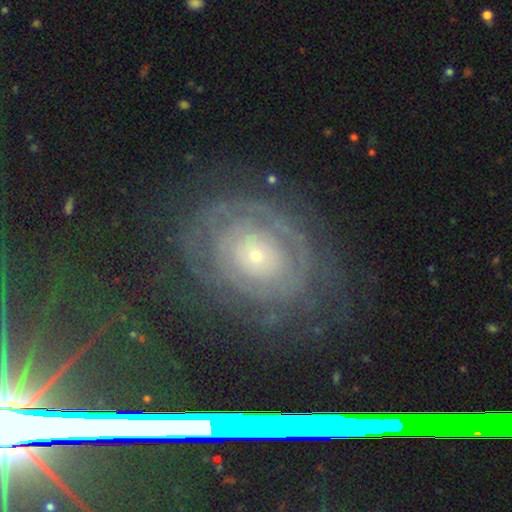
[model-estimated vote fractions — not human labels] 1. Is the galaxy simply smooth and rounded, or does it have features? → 74% featured or disk, 17% smooth, 9% star or artifact.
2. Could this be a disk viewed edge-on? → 96% no, 4% yes.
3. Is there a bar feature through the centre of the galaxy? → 88% no, 9% weak, 3% strong.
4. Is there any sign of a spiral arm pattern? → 71% yes, 29% no.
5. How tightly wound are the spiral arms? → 77% tight, 15% medium, 8% loose.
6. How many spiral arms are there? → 56% can't tell, 15% 2, 8% 3, 8% more than 4, 7% 4, 7% 1.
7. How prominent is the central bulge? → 73% small, 20% moderate, 3% large, 2% dominant, 1% none.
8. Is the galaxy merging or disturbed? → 69% none, 16% minor disturbance, 13% major disturbance, 2% merger.